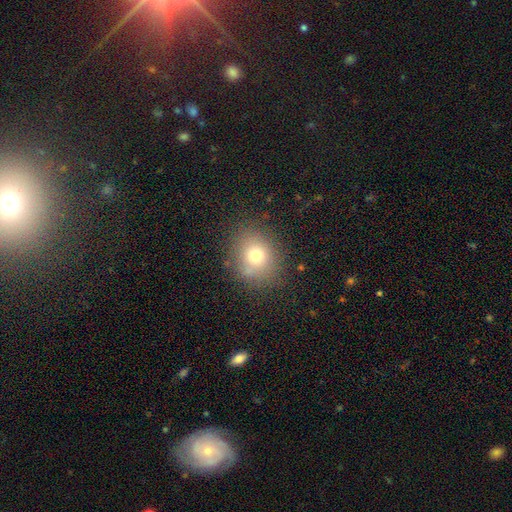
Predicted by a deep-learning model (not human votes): Q: Smooth or featured?
A: smooth (72%); runner-up: star or artifact (16%)
Q: How rounded?
A: round (70%); runner-up: in between (29%)
Q: Merging?
A: none (81%); runner-up: minor disturbance (12%)